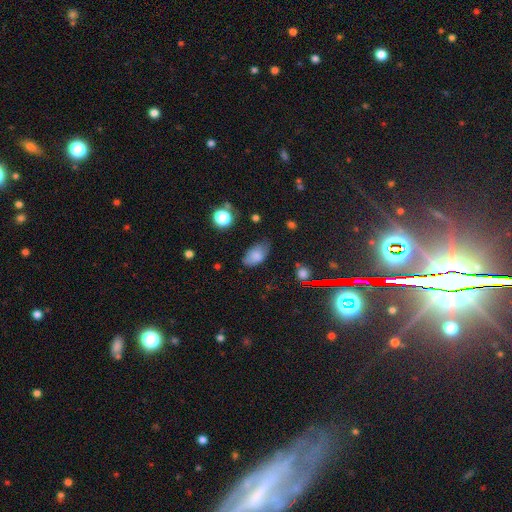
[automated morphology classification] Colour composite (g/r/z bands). It shows a smooth galaxy with no disk features (79%) that is in between round and cigar-shaped (92%). Merging: none (61%).